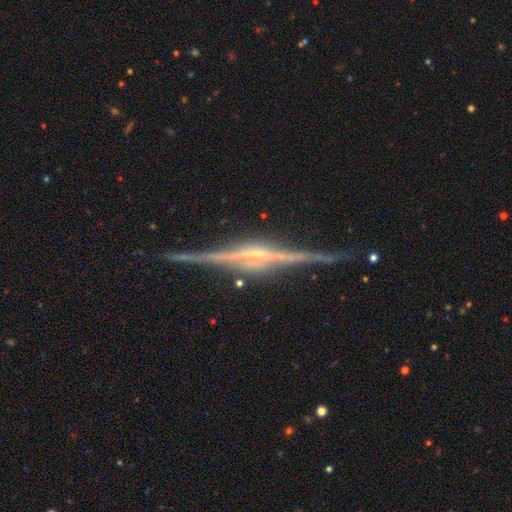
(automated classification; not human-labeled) Smooth or featured: featured or disk — 90% (star or artifact — 6%)
Edge-on disk: yes — 98% (no — 2%)
Edge-on bulge: rounded — 55% (boxy — 31%)
Merging: none — 87% (minor disturbance — 10%)